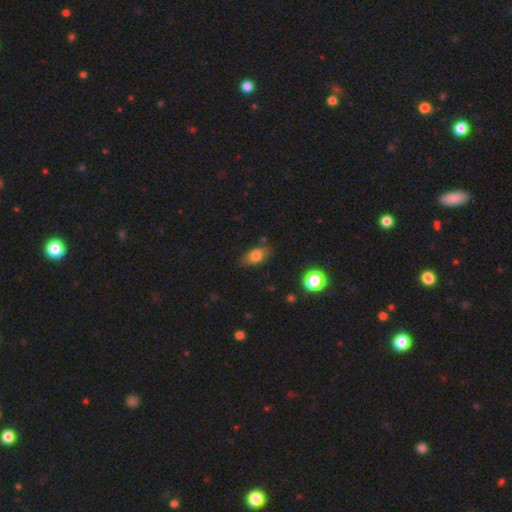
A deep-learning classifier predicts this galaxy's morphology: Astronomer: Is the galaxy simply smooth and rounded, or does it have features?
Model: smooth — 74%.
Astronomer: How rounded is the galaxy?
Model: in between — 84%.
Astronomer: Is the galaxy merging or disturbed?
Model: none — 74%.